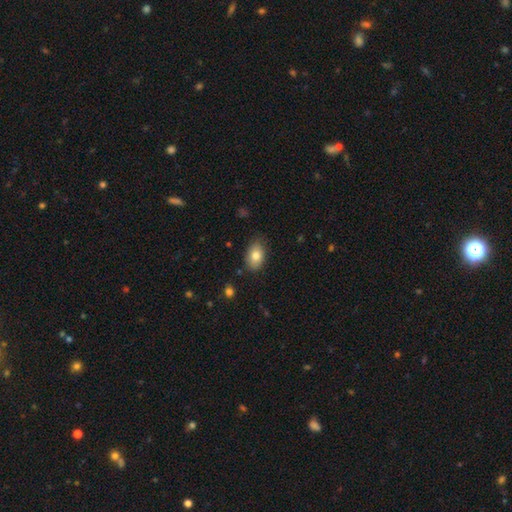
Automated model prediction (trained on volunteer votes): The model was most divided on "merging": none: 80%, minor disturbance: 16%, major disturbance: 3%, merger: 1%. More confident: how rounded — in between (88%); smooth or featured — smooth (81%).